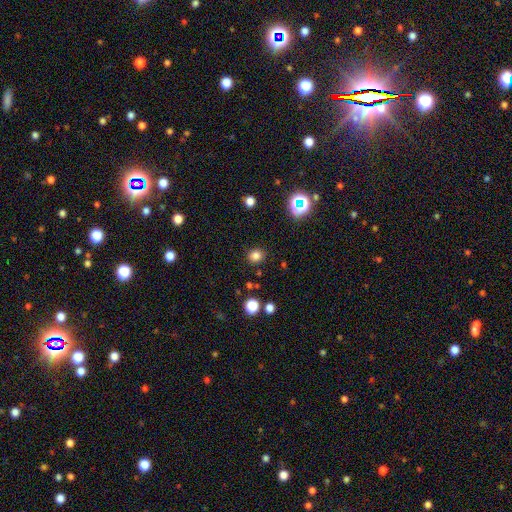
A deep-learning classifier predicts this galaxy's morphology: A smooth galaxy with no disk features (80%) that is round (78%). Merging: none (88%).